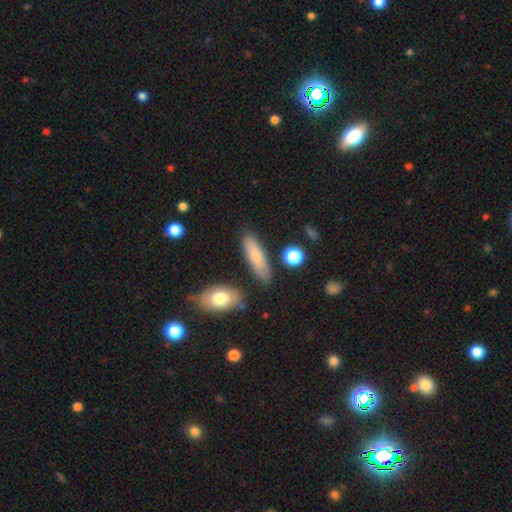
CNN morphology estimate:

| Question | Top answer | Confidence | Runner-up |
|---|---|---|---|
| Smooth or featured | smooth | 74% | featured or disk (19%) |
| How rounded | cigar-shaped | 53% | in between (45%) |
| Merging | none | 80% | minor disturbance (13%) |